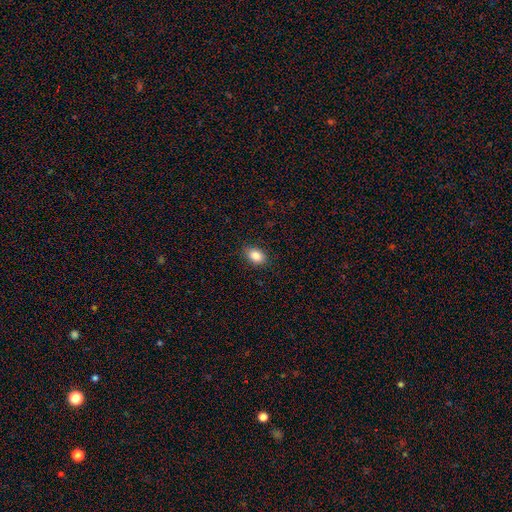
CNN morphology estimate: smooth_or_featured: smooth (p=0.86) [alt: star or artifact p=0.08]
how_rounded: in between (p=0.84) [alt: round p=0.15]
merging: none (p=0.87) [alt: minor disturbance p=0.10]